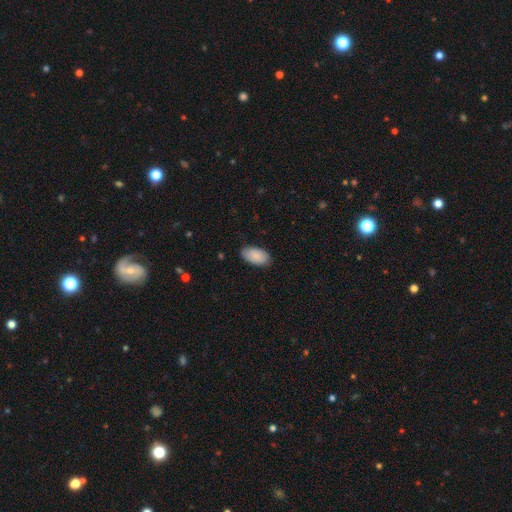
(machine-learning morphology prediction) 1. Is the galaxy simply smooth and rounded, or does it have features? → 88% smooth, 6% featured or disk, 6% star or artifact.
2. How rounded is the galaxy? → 95% in between, 3% round, 2% cigar-shaped.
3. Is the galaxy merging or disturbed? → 80% none, 16% minor disturbance, 3% major disturbance, 1% merger.